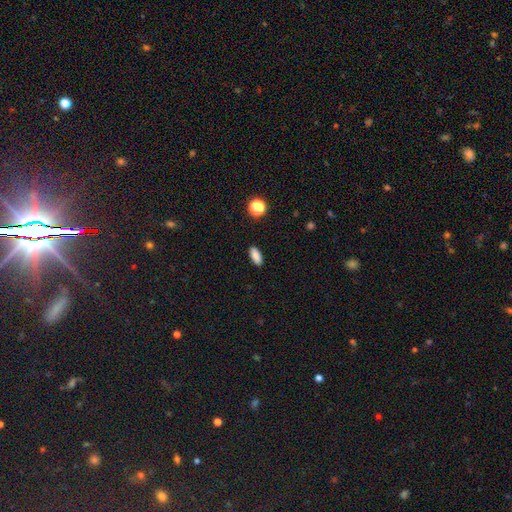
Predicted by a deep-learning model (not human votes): smooth 86%, star or artifact 9%, featured or disk 5%. Down the decision tree: how rounded — in between (80%); merging — none (90%).